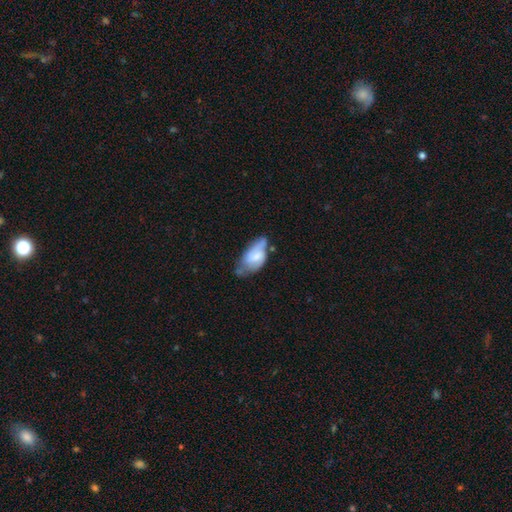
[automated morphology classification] A smooth galaxy with no disk features (52%) that is in between round and cigar-shaped (91%).

Vote fractions:
- Smooth or featured? smooth: 52% / featured or disk: 42% / star or artifact: 7%
- How rounded? in between: 91% / cigar-shaped: 5% / round: 4%
- Merging? minor disturbance: 37% / none: 33% / major disturbance: 18% / merger: 12%